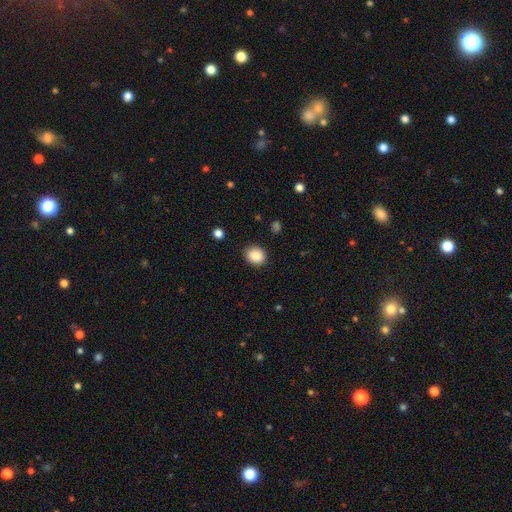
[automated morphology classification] This is clearly a smooth galaxy (88%). How rounded: possibly round (58%). Merging: clearly none (86%).